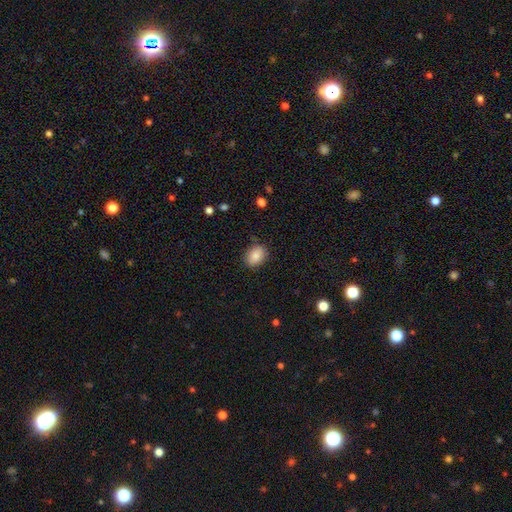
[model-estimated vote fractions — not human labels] A smooth galaxy with no disk features (86%) that is in between round and cigar-shaped (73%).

Vote fractions:
- Smooth or featured? smooth: 86% / star or artifact: 8% / featured or disk: 6%
- How rounded? in between: 73% / round: 26% / cigar-shaped: 1%
- Merging? none: 83% / minor disturbance: 13% / major disturbance: 3% / merger: 1%